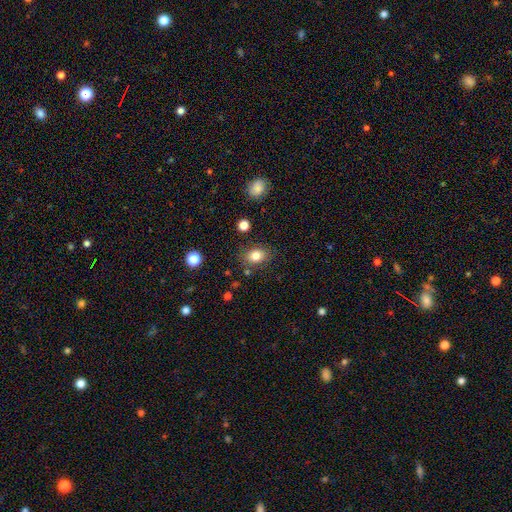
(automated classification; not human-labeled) Smooth or featured? Predicted: smooth (p=0.80). How rounded? Predicted: in between (p=0.58). Merging? Predicted: none (p=0.81).